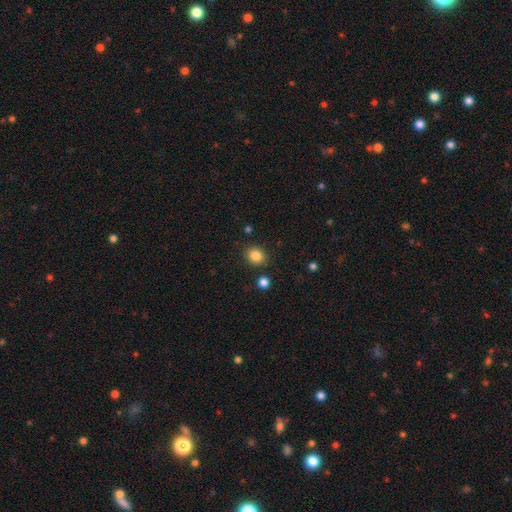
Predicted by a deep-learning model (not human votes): smooth 85%, star or artifact 10%, featured or disk 5%. Down the decision tree: how rounded — round (68%); merging — none (85%).